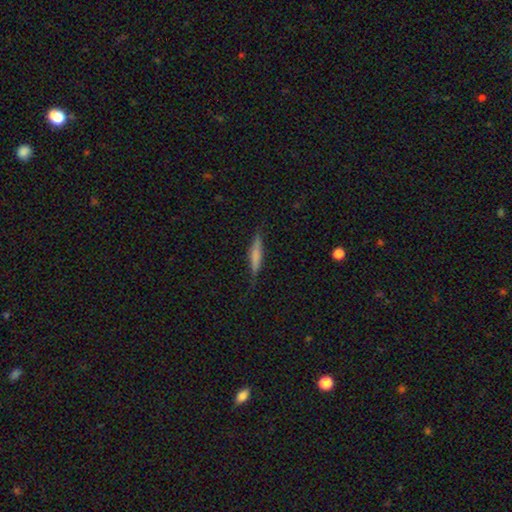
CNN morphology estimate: The model was most divided on "smooth or featured": smooth: 56%, featured or disk: 37%, star or artifact: 7%. More confident: how rounded — cigar-shaped (87%); merging — none (81%).